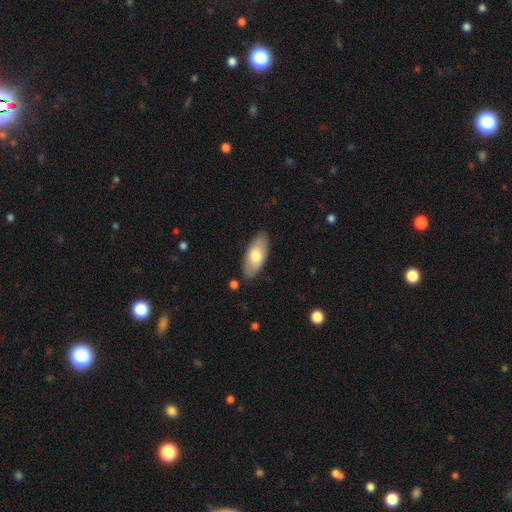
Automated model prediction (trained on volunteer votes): Smooth or featured?
  - smooth: 69% *
  - featured or disk: 25%
  - star or artifact: 6%
How rounded?
  - in between: 88% *
  - cigar-shaped: 10%
  - round: 2%
Merging?
  - none: 85% *
  - minor disturbance: 11%
  - major disturbance: 2%
  - merger: 2%